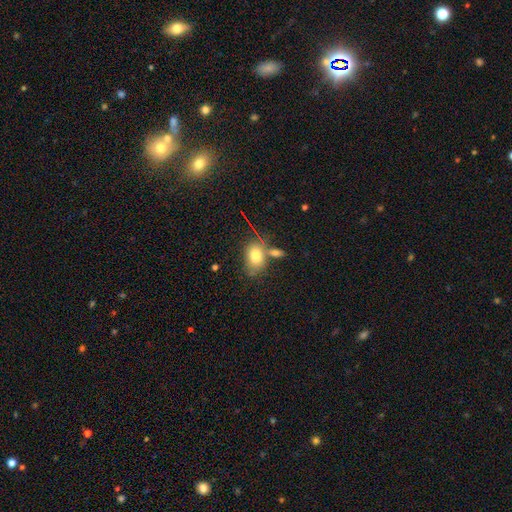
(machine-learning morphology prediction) Overall: smooth (78%). How rounded: in between (76%). Merging: none (55%; merger 23%).